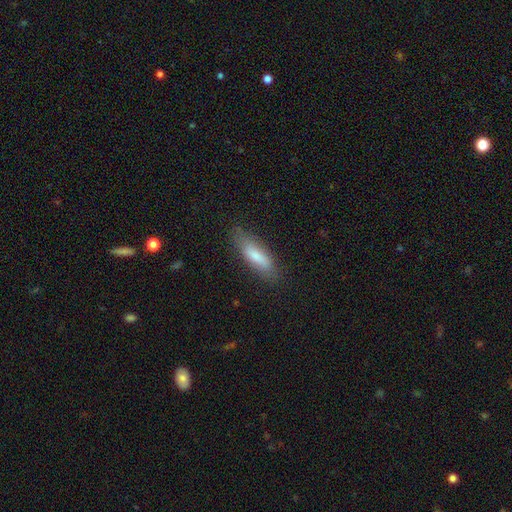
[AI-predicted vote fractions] Overall: smooth (76%). How rounded: cigar-shaped (57%; in between 41%). Merging: none (80%).